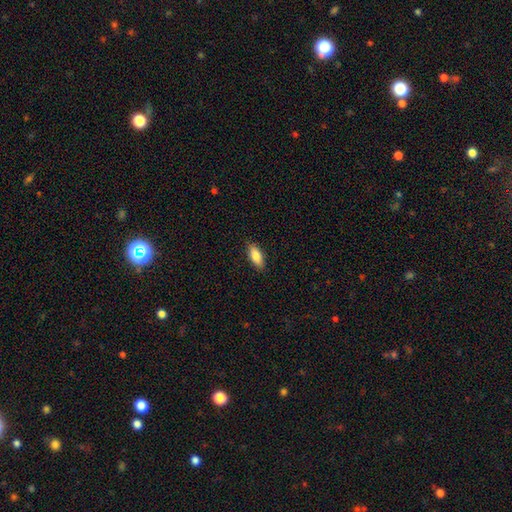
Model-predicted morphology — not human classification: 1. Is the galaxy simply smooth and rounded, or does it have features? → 82% smooth, 11% featured or disk, 6% star or artifact.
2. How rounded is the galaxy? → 76% in between, 22% cigar-shaped, 2% round.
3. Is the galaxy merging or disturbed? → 88% none, 9% minor disturbance, 2% major disturbance, 1% merger.